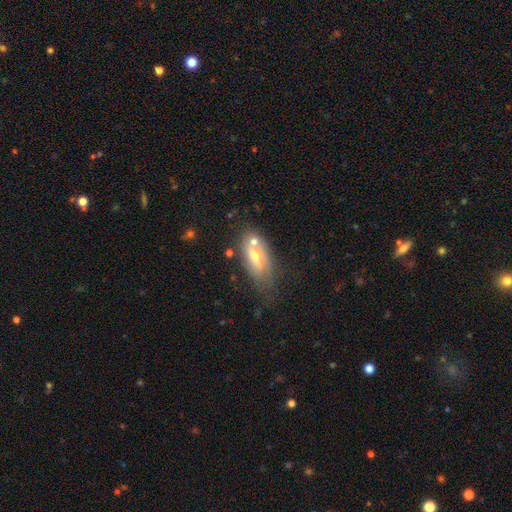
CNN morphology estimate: A smooth galaxy with no disk features (53%) that is in between round and cigar-shaped (79%). Merging: none (47%).